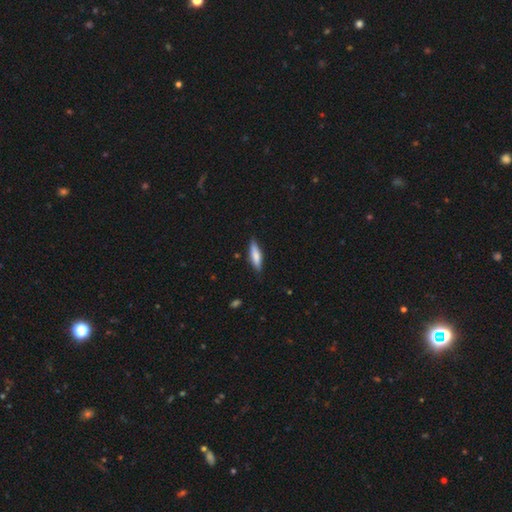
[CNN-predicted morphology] type=smooth (72%); roundness=cigar-shaped (72%); merging=none (84%).